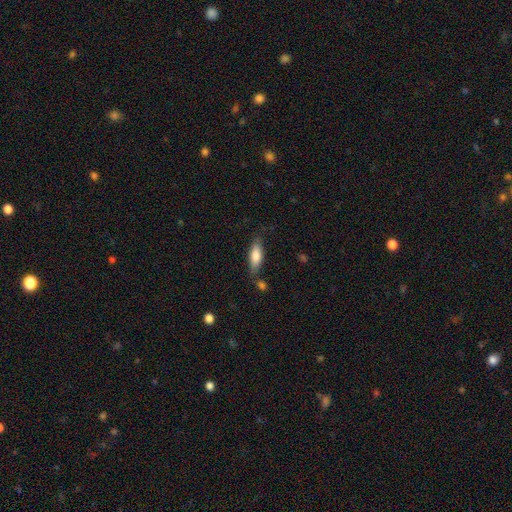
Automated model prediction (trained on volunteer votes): Overall: smooth (78%). How rounded: in between (63%; cigar-shaped 35%). Merging: none (68%).